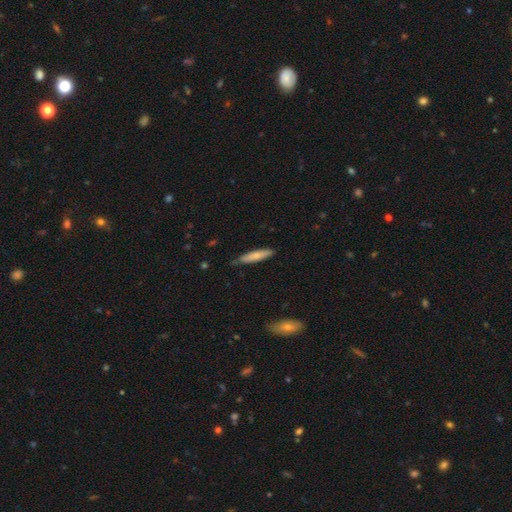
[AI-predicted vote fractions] Smooth or featured? Predicted: smooth (p=0.72). How rounded? Predicted: cigar-shaped (p=0.87). Merging? Predicted: none (p=0.81).